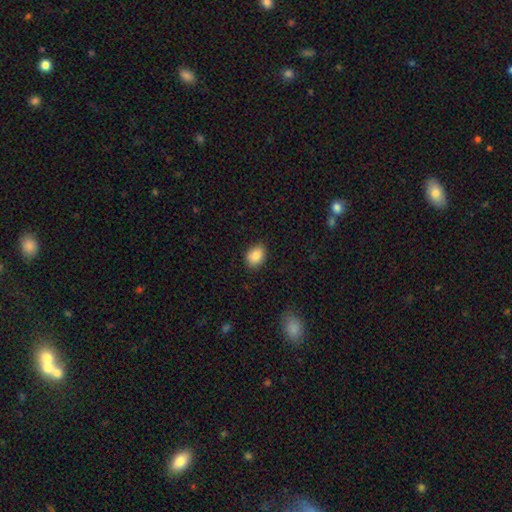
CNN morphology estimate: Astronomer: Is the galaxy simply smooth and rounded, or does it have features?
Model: smooth — 86%.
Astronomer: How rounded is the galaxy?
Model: in between — 68%.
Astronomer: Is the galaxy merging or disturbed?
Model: none — 84%.